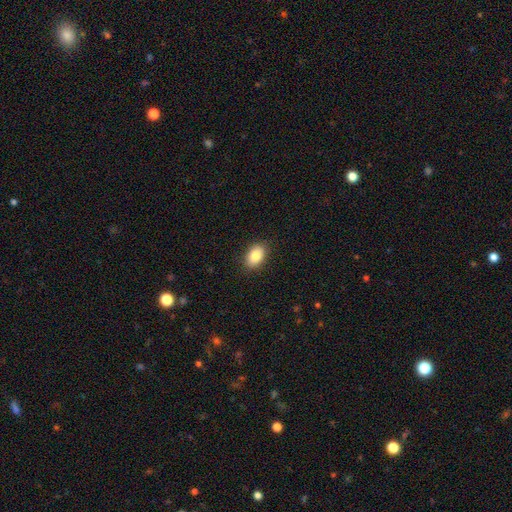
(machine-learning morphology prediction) type=smooth (85%); roundness=in between (88%); merging=none (87%).